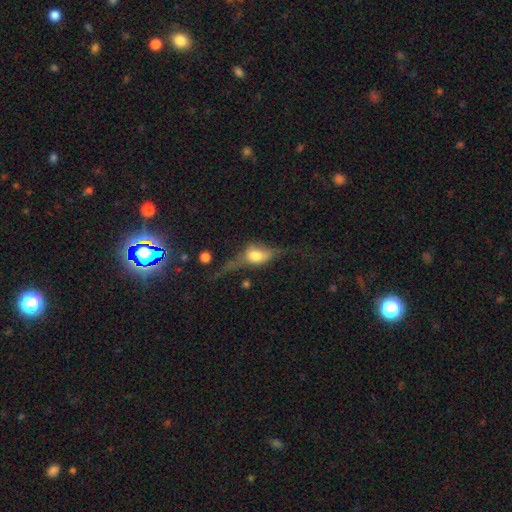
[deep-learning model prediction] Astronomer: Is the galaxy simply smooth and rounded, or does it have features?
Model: featured or disk — 52% (runner-up: smooth, 39%).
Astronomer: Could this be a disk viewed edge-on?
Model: yes — 76%.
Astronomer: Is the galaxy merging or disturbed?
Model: none — 39% (runner-up: major disturbance, 32%).